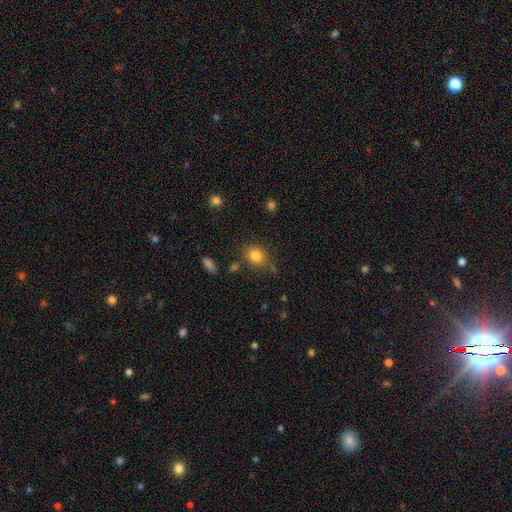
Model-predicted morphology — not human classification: A smooth galaxy with no disk features (82%) that is round (65%).

Vote fractions:
- Smooth or featured? smooth: 82% / star or artifact: 11% / featured or disk: 7%
- How rounded? round: 65% / in between: 34% / cigar-shaped: 1%
- Merging? none: 76% / minor disturbance: 15% / merger: 5% / major disturbance: 4%